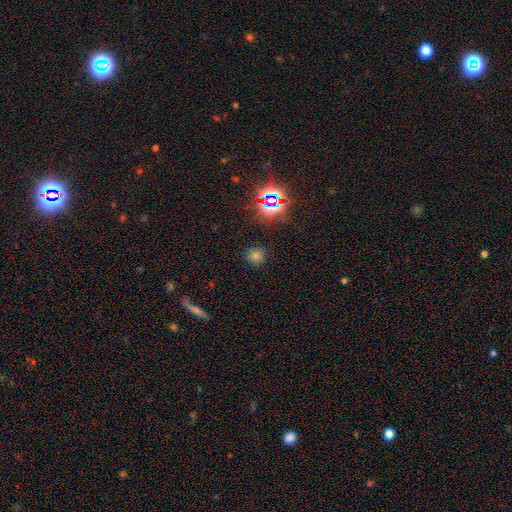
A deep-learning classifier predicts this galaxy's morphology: smooth 57%, star or artifact 35%, featured or disk 8%. Down the decision tree: how rounded — round (86%); merging — none (87%).